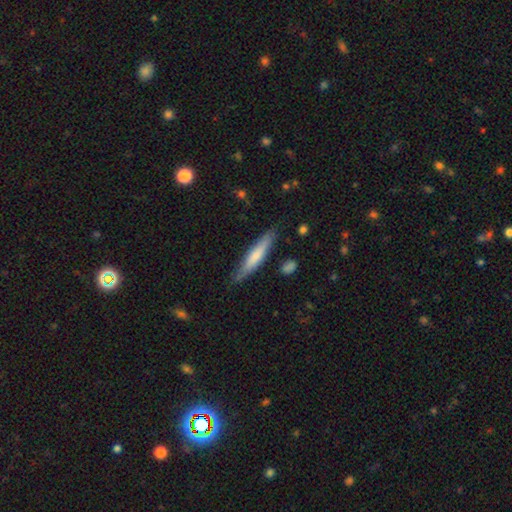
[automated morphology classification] smooth_or_featured: smooth (p=0.64) [alt: featured or disk p=0.31]
how_rounded: cigar-shaped (p=0.89) [alt: in between p=0.10]
merging: none (p=0.81) [alt: minor disturbance p=0.15]